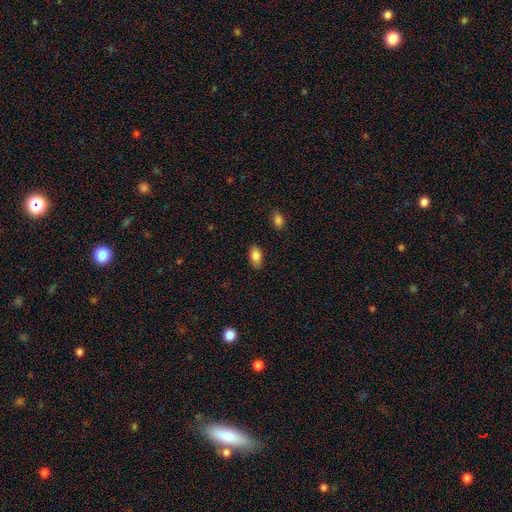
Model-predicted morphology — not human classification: This is clearly a smooth galaxy (84%). How rounded: clearly in between (92%). Merging: clearly none (86%).